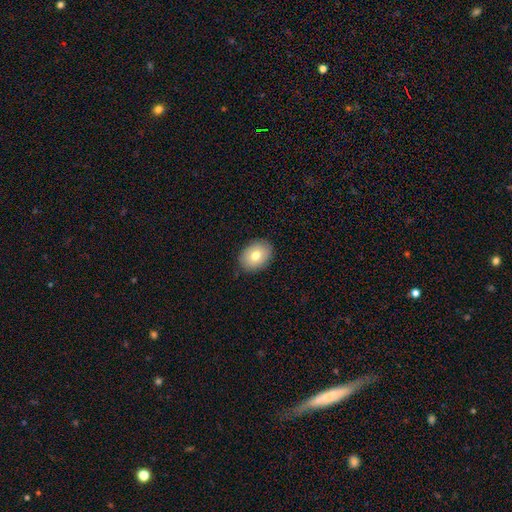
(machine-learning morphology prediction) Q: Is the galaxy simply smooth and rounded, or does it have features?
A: smooth — 76%.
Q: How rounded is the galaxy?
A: in between — 69%.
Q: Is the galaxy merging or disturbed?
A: none — 88%.